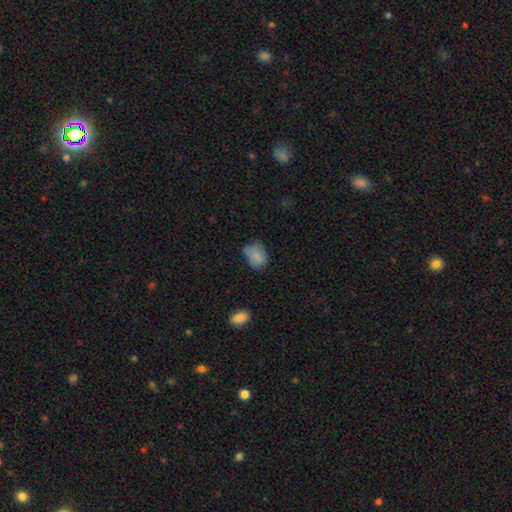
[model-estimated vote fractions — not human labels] Overall: smooth (82%). How rounded: in between (64%; round 35%). Merging: none (59%; minor disturbance 31%).